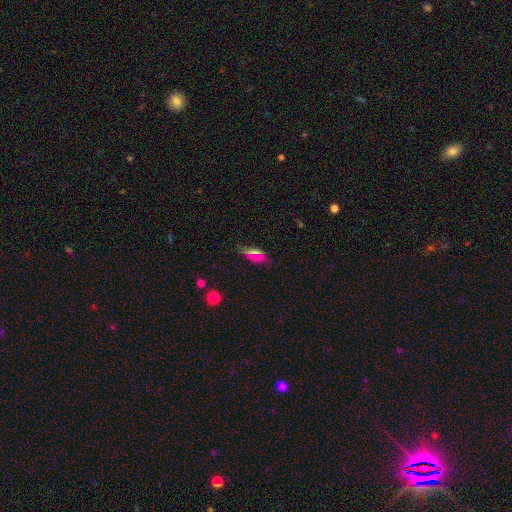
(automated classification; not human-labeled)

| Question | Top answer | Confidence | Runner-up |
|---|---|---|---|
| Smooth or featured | smooth | 63% | star or artifact (24%) |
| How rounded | in between | 79% | cigar-shaped (15%) |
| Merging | none | 78% | minor disturbance (15%) |